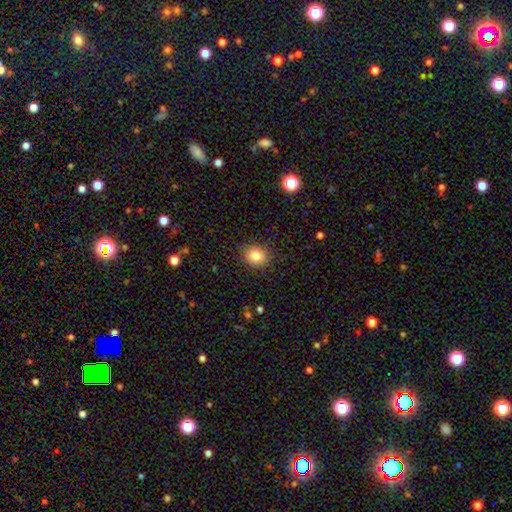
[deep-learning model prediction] The model was most divided on "how rounded": round: 68%, in between: 31%, cigar-shaped: 1%. More confident: merging — none (87%); smooth or featured — smooth (83%).